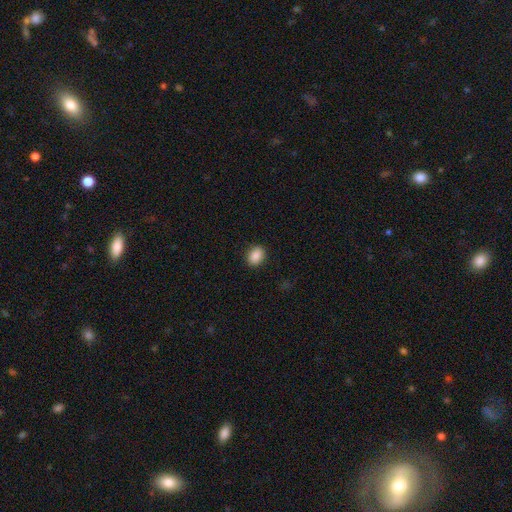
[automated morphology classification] Smooth or featured? Predicted: smooth (p=0.89). How rounded? Predicted: in between (p=0.67). Merging? Predicted: none (p=0.90).